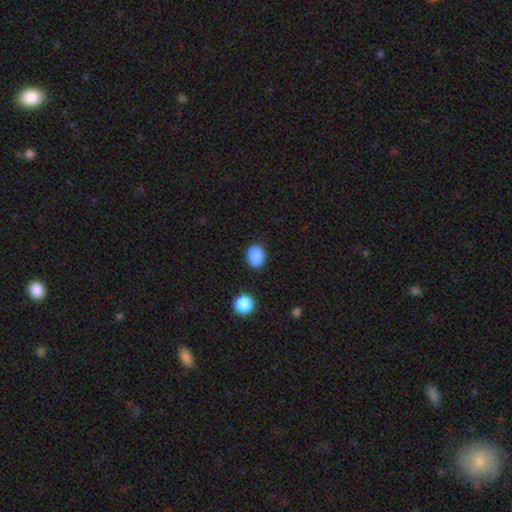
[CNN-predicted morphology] smooth-or-featured: smooth: 87% | star or artifact: 10% | featured or disk: 3%
  how-rounded: in between: 53% | round: 46% | cigar-shaped: 1%
  merging: none: 81% | minor disturbance: 13% | major disturbance: 3% | merger: 3%